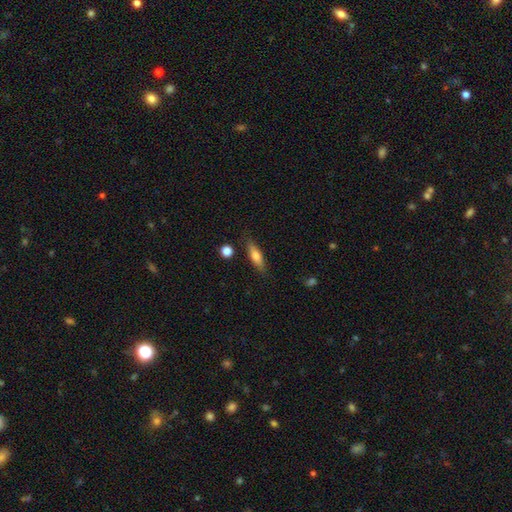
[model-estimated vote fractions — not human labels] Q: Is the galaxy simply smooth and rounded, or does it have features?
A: smooth — 68%.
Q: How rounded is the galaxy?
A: cigar-shaped — 59%.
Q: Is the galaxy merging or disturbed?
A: none — 83%.